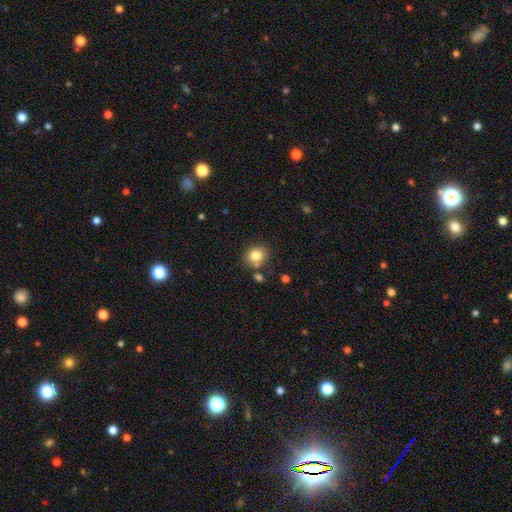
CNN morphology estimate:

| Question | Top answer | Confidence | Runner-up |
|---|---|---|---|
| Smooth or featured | smooth | 81% | star or artifact (11%) |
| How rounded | round | 79% | in between (20%) |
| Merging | none | 74% | merger (12%) |